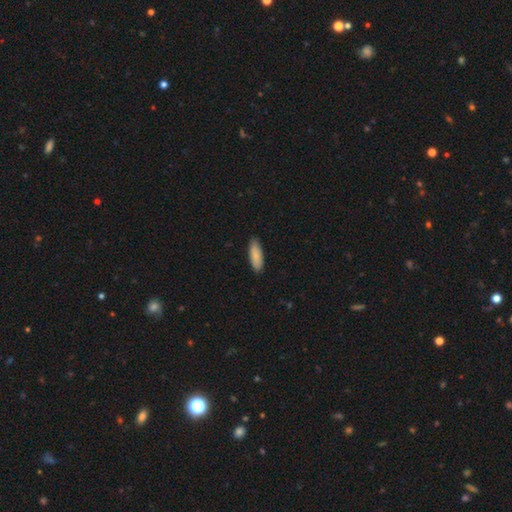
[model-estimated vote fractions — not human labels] This is clearly a smooth galaxy (87%). How rounded: likely in between (64%). Merging: clearly none (86%).